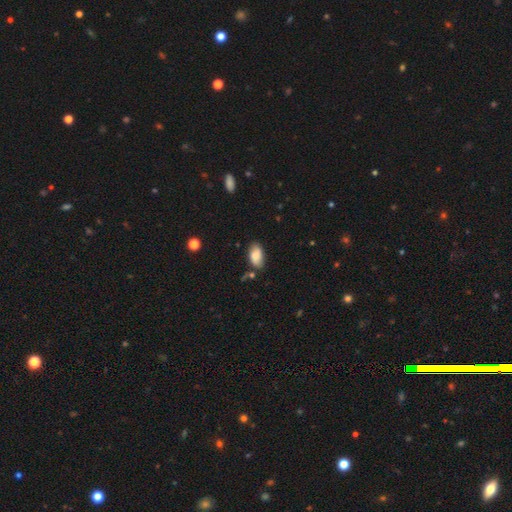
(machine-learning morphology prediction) This appears to be a smooth galaxy with no disk features (79%) that is in between round and cigar-shaped (93%). Merging: none (69%).